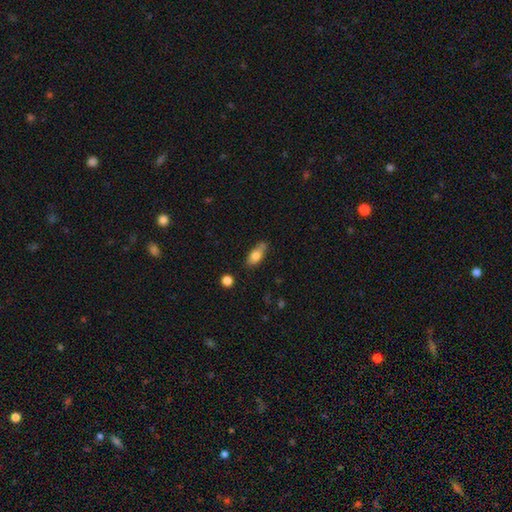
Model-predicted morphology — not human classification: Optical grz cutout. It shows a smooth galaxy with no disk features (75%) that is in between round and cigar-shaped (77%). Merging: none (58%).